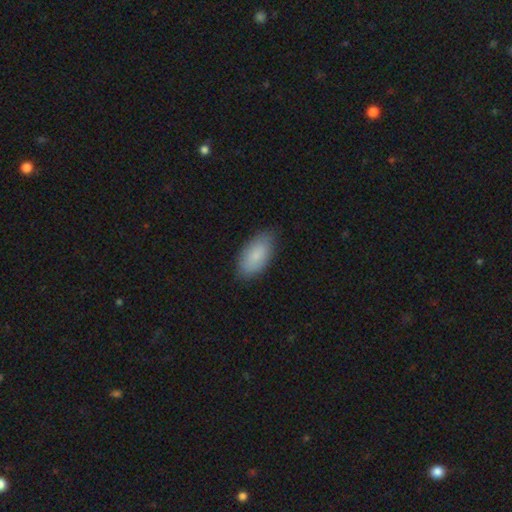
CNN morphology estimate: The model was most divided on "merging": none: 81%, minor disturbance: 15%, major disturbance: 3%, merger: 1%. More confident: how rounded — in between (93%); smooth or featured — smooth (84%).